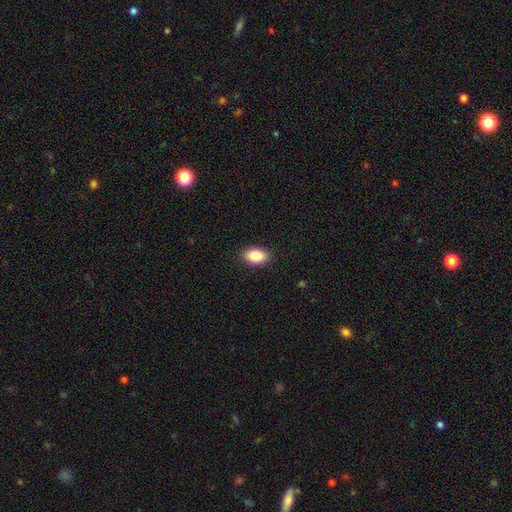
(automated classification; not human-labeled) This is clearly a smooth galaxy (87%). How rounded: clearly in between (91%). Merging: clearly none (89%).